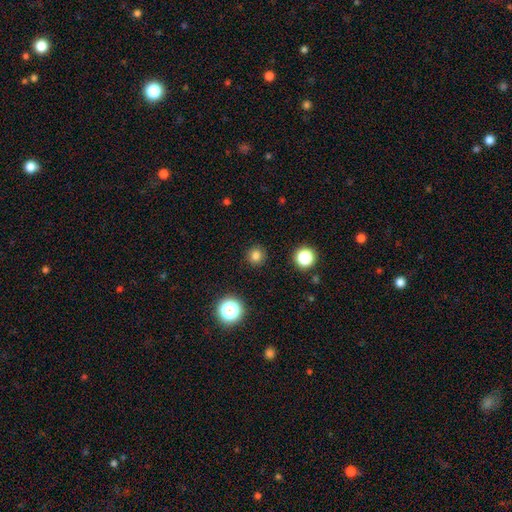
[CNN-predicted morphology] This appears to be a smooth galaxy with no disk features (79%) that is round (94%). Merging: none (91%).